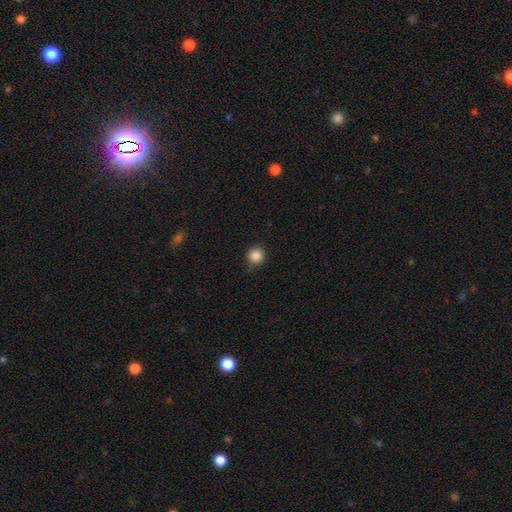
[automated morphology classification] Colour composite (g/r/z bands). It shows a smooth galaxy with no disk features (86%) that is round (95%). Merging: none (88%).